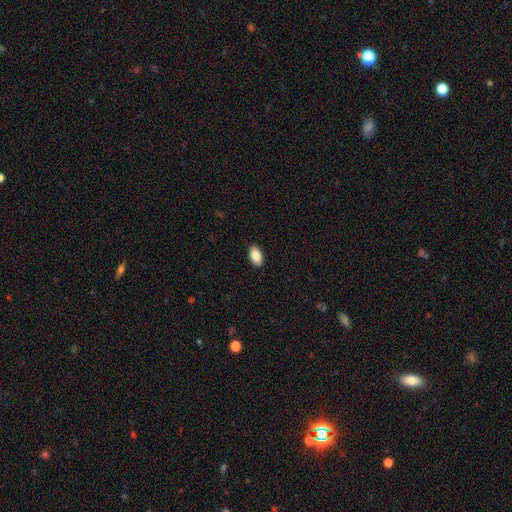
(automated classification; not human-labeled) Q: Smooth or featured?
A: smooth (87%); runner-up: star or artifact (7%)
Q: How rounded?
A: in between (93%); runner-up: round (4%)
Q: Merging?
A: none (89%); runner-up: minor disturbance (8%)